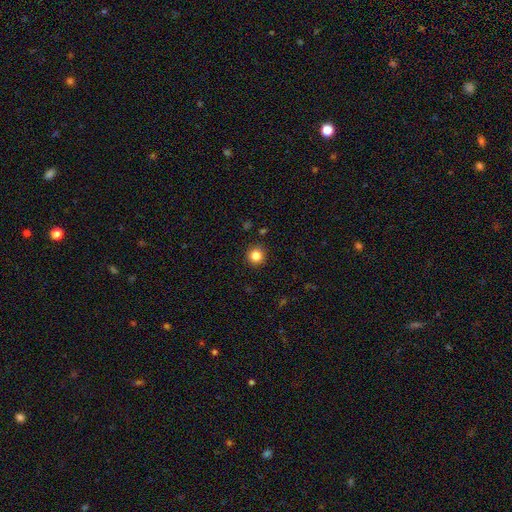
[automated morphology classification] Q: Smooth or featured?
A: smooth (84%); runner-up: star or artifact (11%)
Q: How rounded?
A: round (95%); runner-up: in between (4%)
Q: Merging?
A: none (92%); runner-up: minor disturbance (5%)